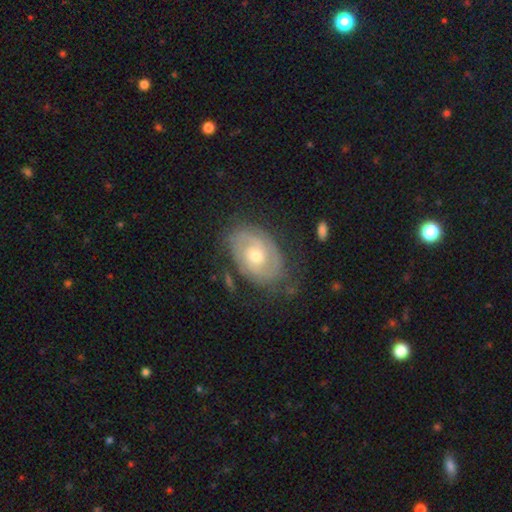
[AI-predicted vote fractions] Q: Smooth or featured?
A: featured or disk (82%); runner-up: smooth (12%)
Q: Edge-on disk?
A: no (96%); runner-up: yes (4%)
Q: Bar?
A: no (68%); runner-up: weak (27%)
Q: Spiral arms?
A: yes (93%); runner-up: no (7%)
Q: Spiral winding?
A: tight (66%); runner-up: medium (27%)
Q: Spiral arm count?
A: 2 (67%); runner-up: can't tell (18%)
Q: Bulge size?
A: moderate (65%); runner-up: small (29%)
Q: Merging?
A: none (73%); runner-up: minor disturbance (19%)